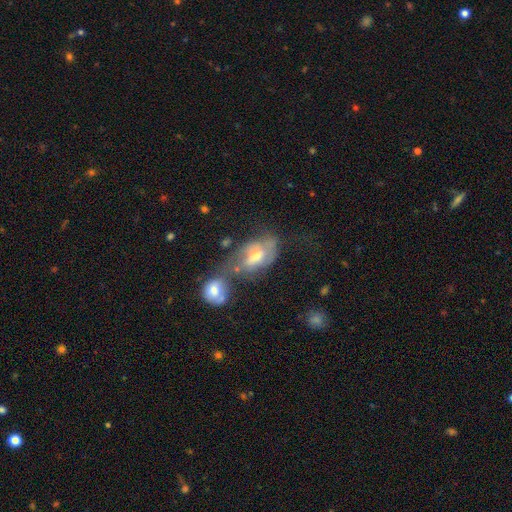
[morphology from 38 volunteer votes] featured or disk 55%, smooth 37%, star or artifact 8%. Down the decision tree: edge-on disk — no (81%); bar — no (59%); spiral arms — no (53%); bulge size — moderate (76%); merging — merger (43%).